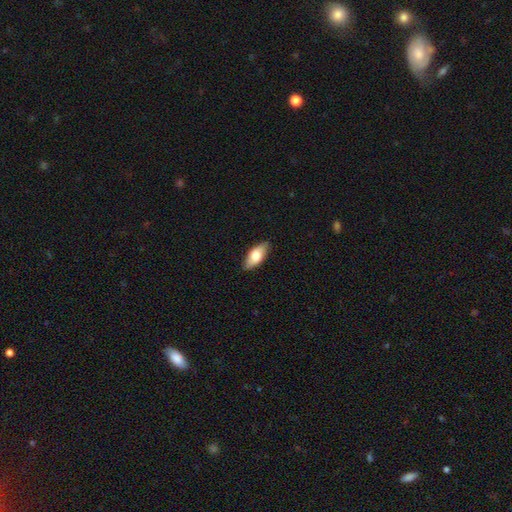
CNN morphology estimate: The model was most divided on "smooth or featured": smooth: 72%, featured or disk: 22%, star or artifact: 6%. More confident: merging — none (86%); how rounded — in between (85%).